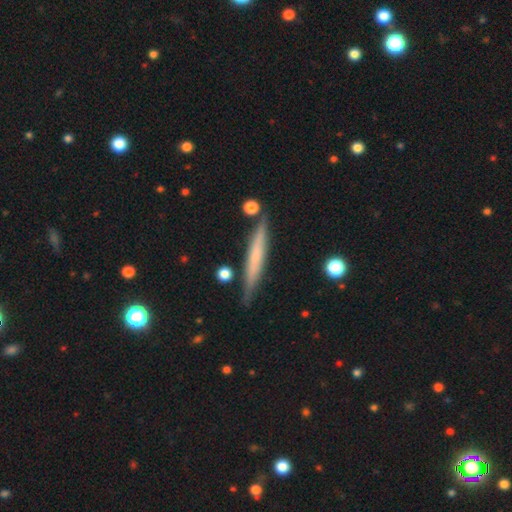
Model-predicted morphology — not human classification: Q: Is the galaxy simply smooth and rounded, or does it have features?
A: smooth — 51%.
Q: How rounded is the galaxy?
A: cigar-shaped — 95%.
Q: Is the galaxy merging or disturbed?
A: none — 84%.